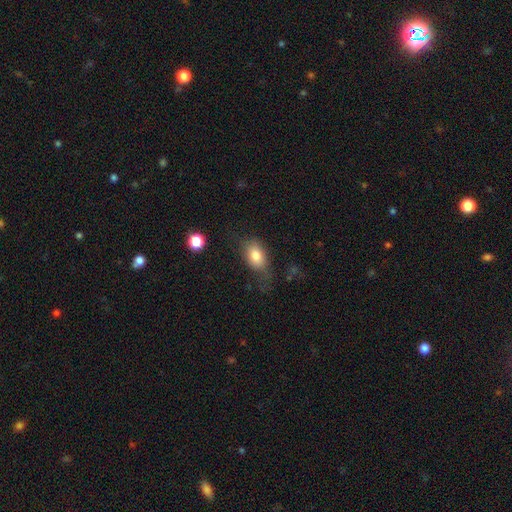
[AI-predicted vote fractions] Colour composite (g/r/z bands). It shows a smooth galaxy with no disk features (80%) that is in between round and cigar-shaped (84%). Merging: none (57%).